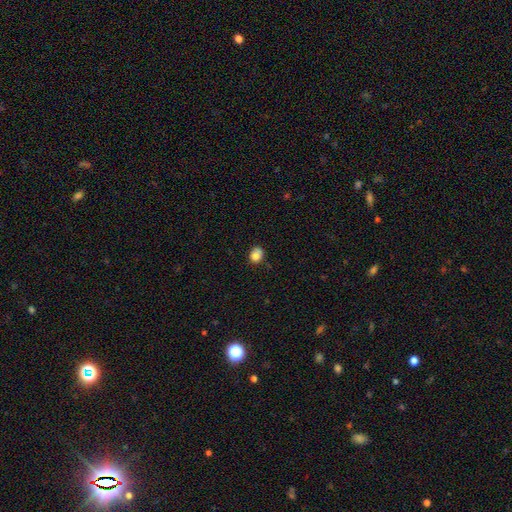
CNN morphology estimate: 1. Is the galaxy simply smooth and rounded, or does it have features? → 81% smooth, 10% star or artifact, 9% featured or disk.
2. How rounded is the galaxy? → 59% round, 41% in between, 1% cigar-shaped.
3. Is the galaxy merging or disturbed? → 65% none, 26% minor disturbance, 6% major disturbance, 3% merger.